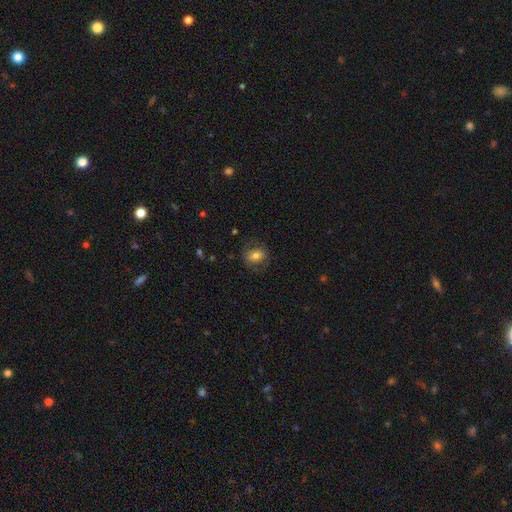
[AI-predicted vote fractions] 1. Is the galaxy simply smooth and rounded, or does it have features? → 69% smooth, 22% featured or disk, 9% star or artifact.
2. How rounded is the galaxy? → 51% in between, 48% round, 1% cigar-shaped.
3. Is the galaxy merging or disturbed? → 75% none, 15% minor disturbance, 9% major disturbance, 1% merger.